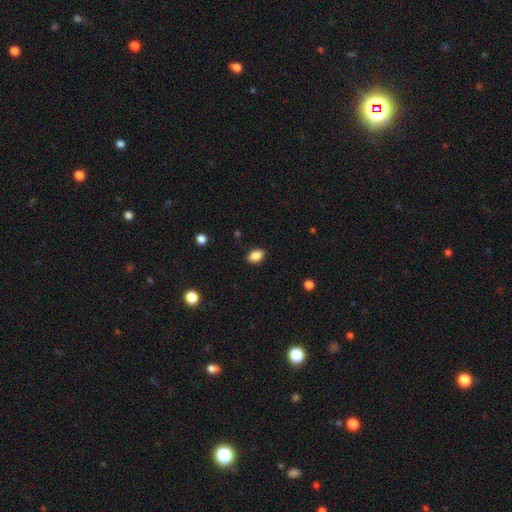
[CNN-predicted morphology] Overall: smooth (87%). How rounded: in between (84%). Merging: none (87%).